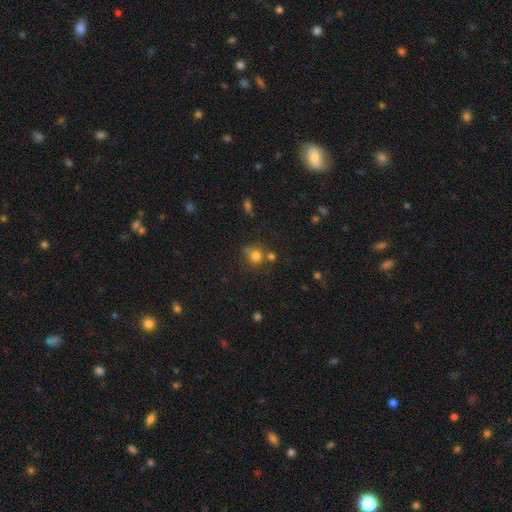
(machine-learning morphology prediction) The model was most divided on "merging": none: 59%, merger: 20%, minor disturbance: 15%, major disturbance: 6%. More confident: how rounded — round (85%); smooth or featured — smooth (76%).